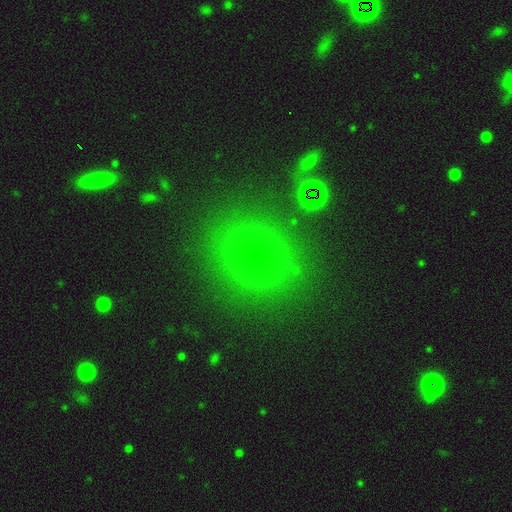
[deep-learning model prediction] Morphology: type=smooth (64%); roundness=round (78%); merging=none (86%).